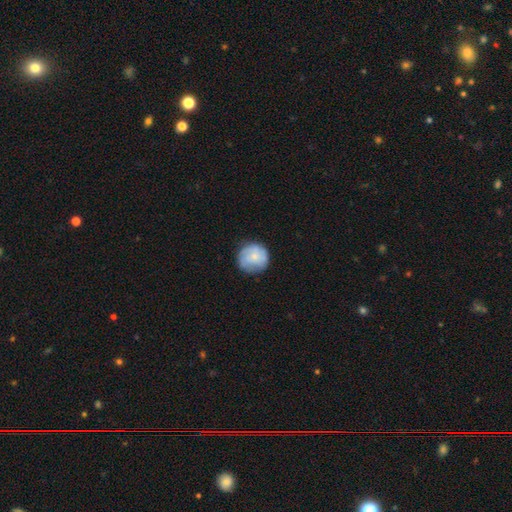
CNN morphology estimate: Smooth or featured? smooth (57%)
How rounded? round (92%)
Merging? none (78%)